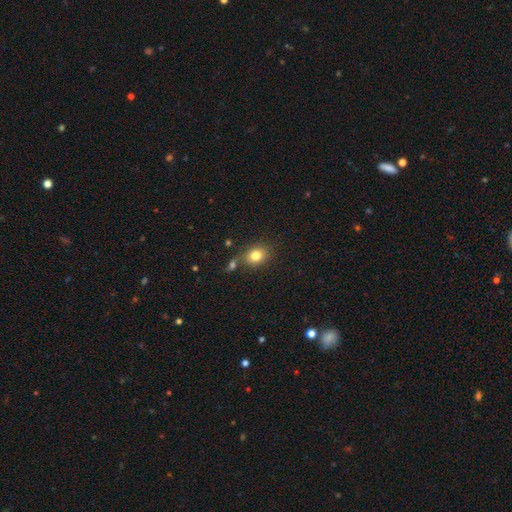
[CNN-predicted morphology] The model was most divided on "how rounded": in between: 52%, round: 47%, cigar-shaped: 1%. More confident: smooth or featured — smooth (80%); merging — none (66%).